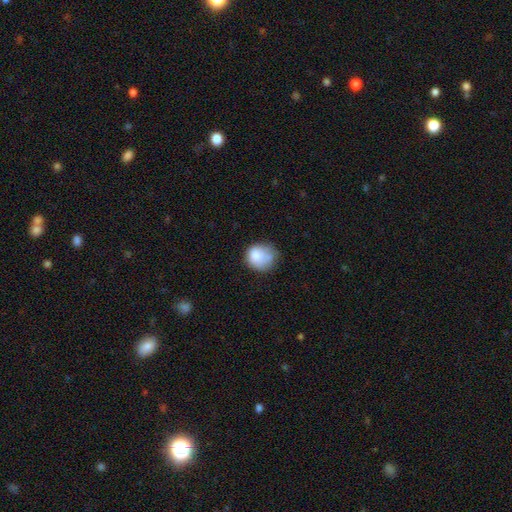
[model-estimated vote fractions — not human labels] This is likely a smooth galaxy (75%). How rounded: likely round (75%). Merging: possibly none (50%).